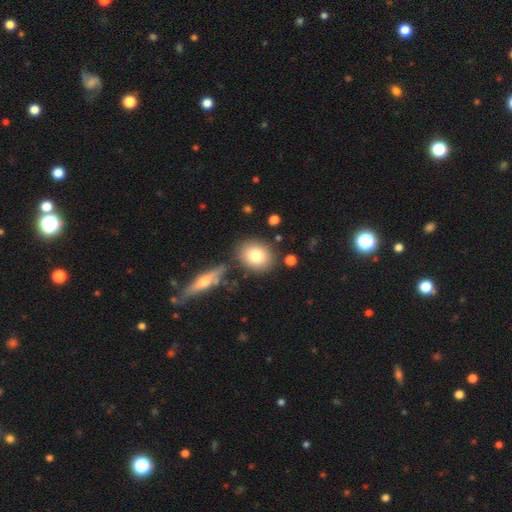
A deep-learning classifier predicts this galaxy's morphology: smooth_or_featured: smooth (p=0.79) [alt: featured or disk p=0.13]
how_rounded: round (p=0.63) [alt: in between p=0.35]
merging: none (p=0.77) [alt: minor disturbance p=0.11]